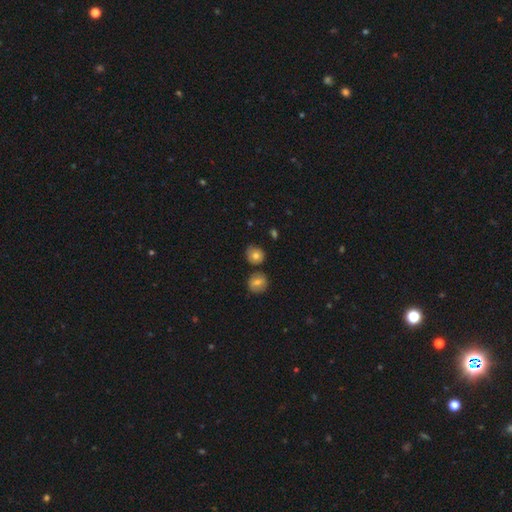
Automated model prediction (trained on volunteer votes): smooth 76%, featured or disk 14%, star or artifact 10%. Down the decision tree: how rounded — round (80%); merging — none (69%).